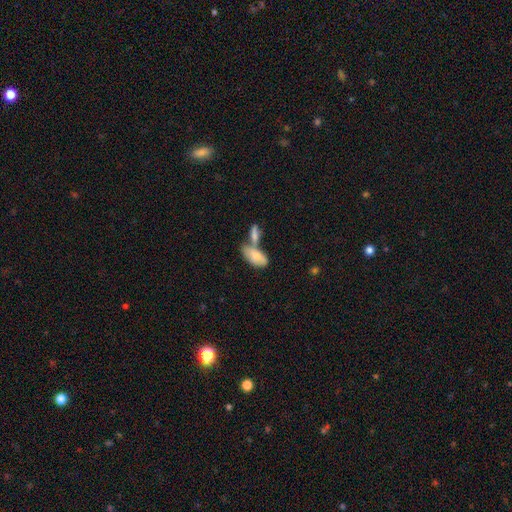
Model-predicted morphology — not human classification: A smooth galaxy with no disk features (75%) that is in between round and cigar-shaped (90%). Merging: merger (53%).